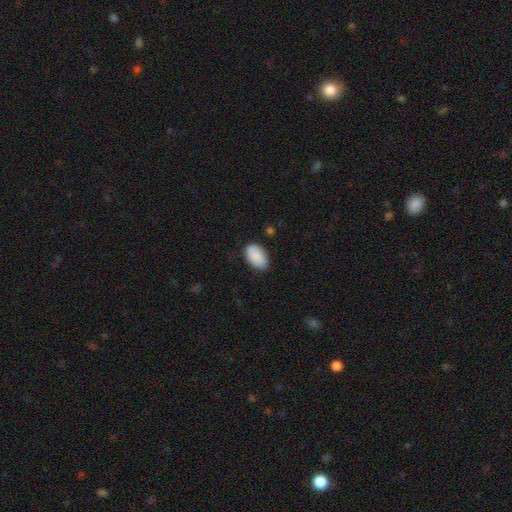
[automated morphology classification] This is clearly a smooth galaxy (88%). How rounded: clearly in between (93%). Merging: clearly none (80%).